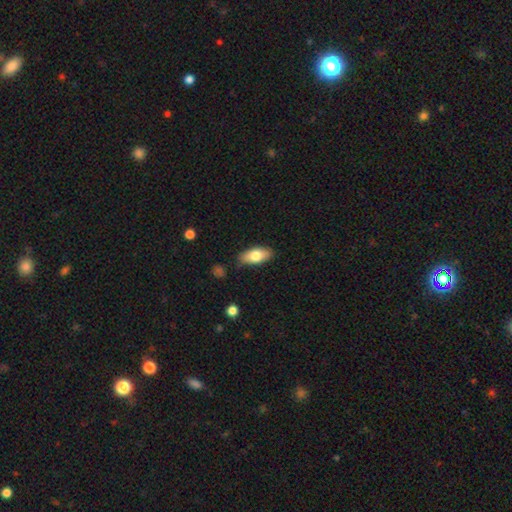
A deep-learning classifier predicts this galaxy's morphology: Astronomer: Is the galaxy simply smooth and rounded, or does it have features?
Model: smooth — 75%.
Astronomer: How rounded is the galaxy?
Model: in between — 87%.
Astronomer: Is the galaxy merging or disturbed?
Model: none — 82%.